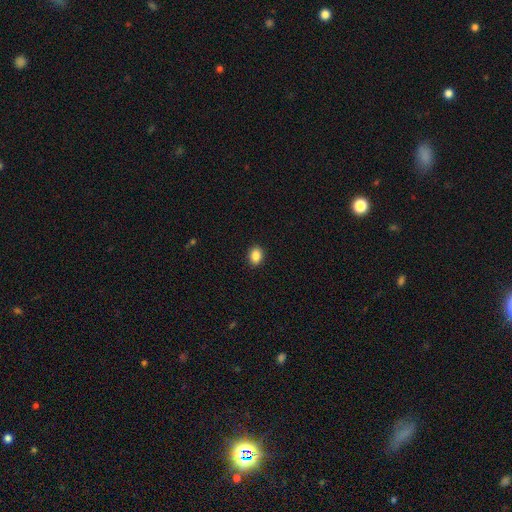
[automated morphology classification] The model was most divided on "how rounded": in between: 67%, round: 32%, cigar-shaped: 1%. More confident: merging — none (91%); smooth or featured — smooth (88%).